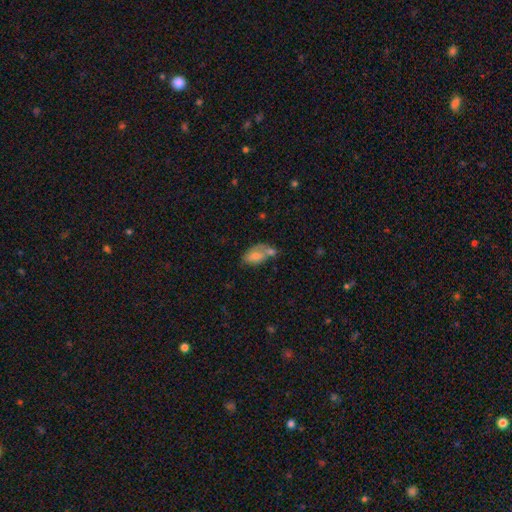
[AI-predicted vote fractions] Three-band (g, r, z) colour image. It shows a smooth galaxy with no disk features (68%) that is in between round and cigar-shaped (89%). Merging: merger (43%).